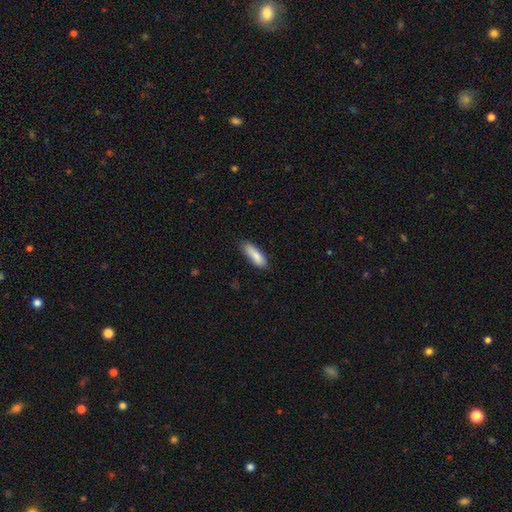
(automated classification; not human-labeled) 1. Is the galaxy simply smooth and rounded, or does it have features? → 86% smooth, 8% featured or disk, 6% star or artifact.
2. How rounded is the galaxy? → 52% cigar-shaped, 47% in between, 2% round.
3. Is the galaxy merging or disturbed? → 75% none, 19% minor disturbance, 3% major disturbance, 2% merger.